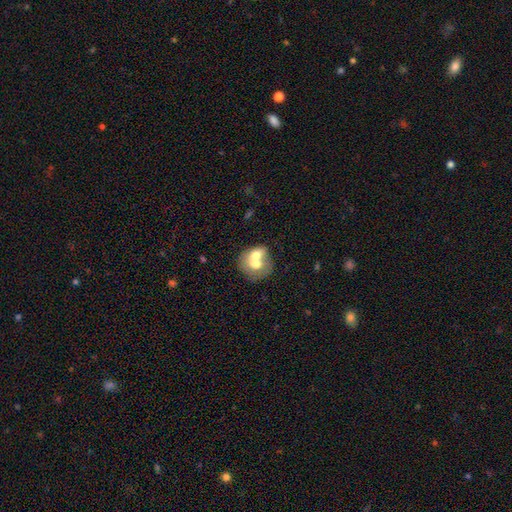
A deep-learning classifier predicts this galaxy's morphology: smooth_or_featured: smooth (p=0.62) [alt: featured or disk p=0.31]
how_rounded: round (p=0.62) [alt: in between p=0.37]
merging: merger (p=0.67) [alt: none p=0.22]